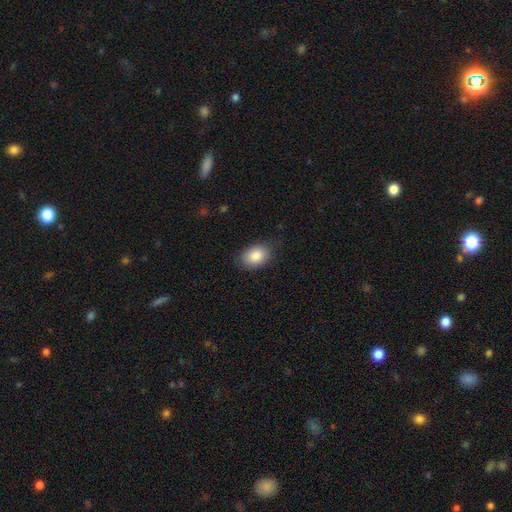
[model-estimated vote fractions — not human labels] smooth-or-featured: smooth: 86% | star or artifact: 7% | featured or disk: 7%
  how-rounded: in between: 81% | round: 18% | cigar-shaped: 1%
  merging: none: 82% | minor disturbance: 14% | major disturbance: 3% | merger: 1%